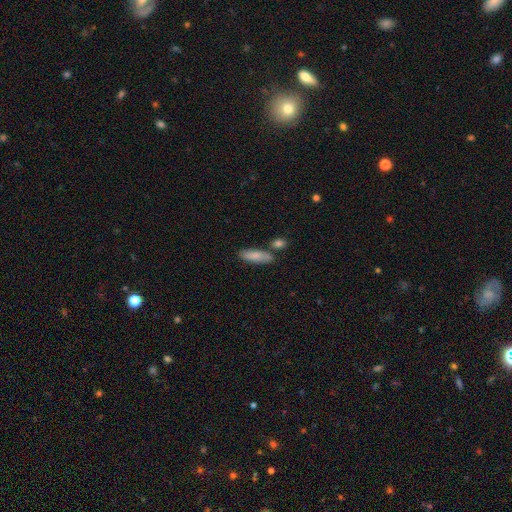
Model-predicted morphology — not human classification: type=smooth (81%); roundness=cigar-shaped (50%); merging=none (69%).